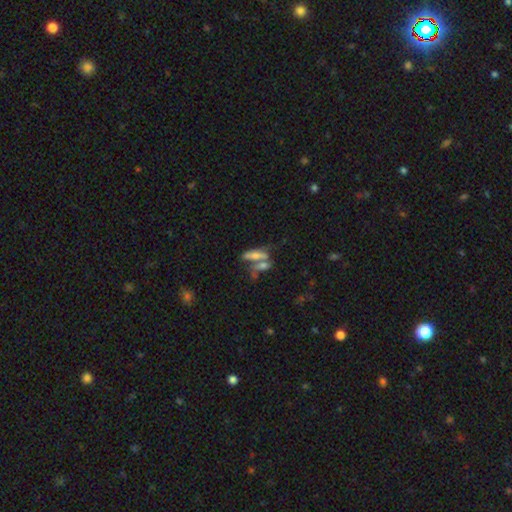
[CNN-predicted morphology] Smooth or featured?
  - smooth: 56% *
  - featured or disk: 33%
  - star or artifact: 12%
How rounded?
  - cigar-shaped: 58% *
  - in between: 39%
  - round: 4%
Merging?
  - merger: 45% *
  - none: 35%
  - minor disturbance: 11%
  - major disturbance: 8%